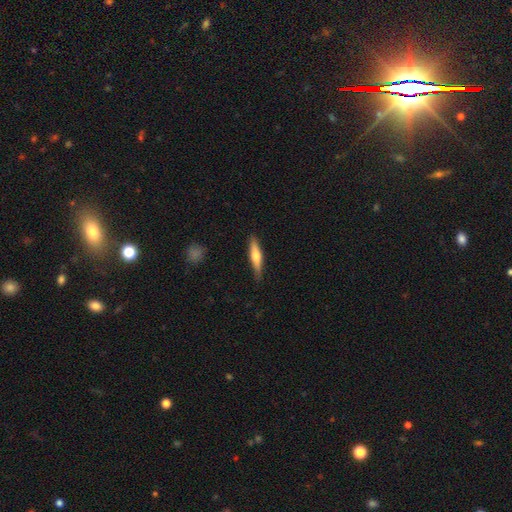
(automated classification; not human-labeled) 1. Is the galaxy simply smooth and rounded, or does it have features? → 50% smooth, 45% featured or disk, 5% star or artifact.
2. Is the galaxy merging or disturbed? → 84% none, 12% minor disturbance, 2% major disturbance, 1% merger.